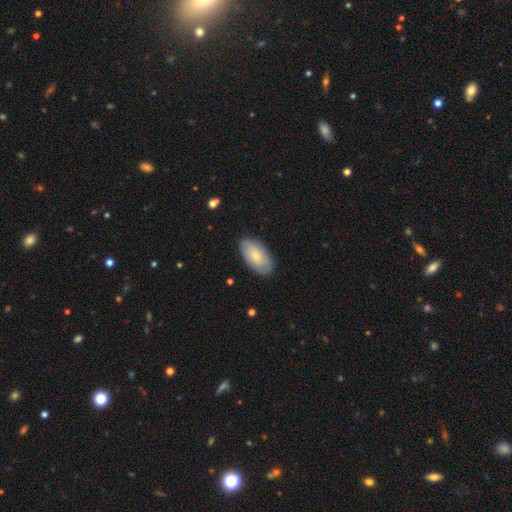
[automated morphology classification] smooth-or-featured: smooth: 75% | featured or disk: 20% | star or artifact: 6%
  how-rounded: in between: 95% | cigar-shaped: 3% | round: 3%
  merging: none: 86% | minor disturbance: 11% | major disturbance: 2% | merger: 1%